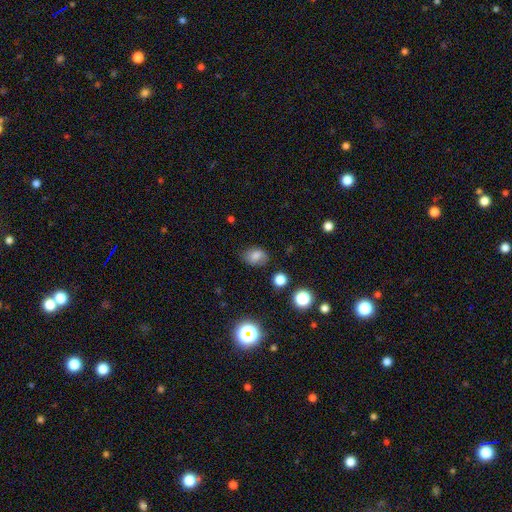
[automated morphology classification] smooth-or-featured: smooth: 75% | star or artifact: 14% | featured or disk: 11%
  how-rounded: in between: 69% | round: 30% | cigar-shaped: 1%
  merging: none: 74% | minor disturbance: 19% | major disturbance: 5% | merger: 2%